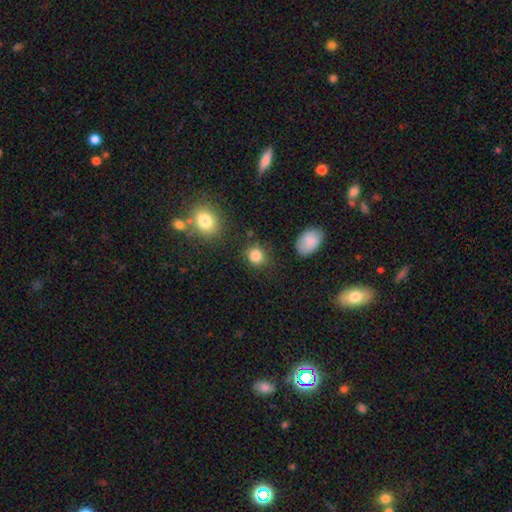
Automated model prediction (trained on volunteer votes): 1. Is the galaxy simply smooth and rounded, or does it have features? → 85% smooth, 11% star or artifact, 5% featured or disk.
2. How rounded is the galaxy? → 74% round, 25% in between, 1% cigar-shaped.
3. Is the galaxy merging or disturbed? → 76% none, 15% minor disturbance, 5% major disturbance, 4% merger.